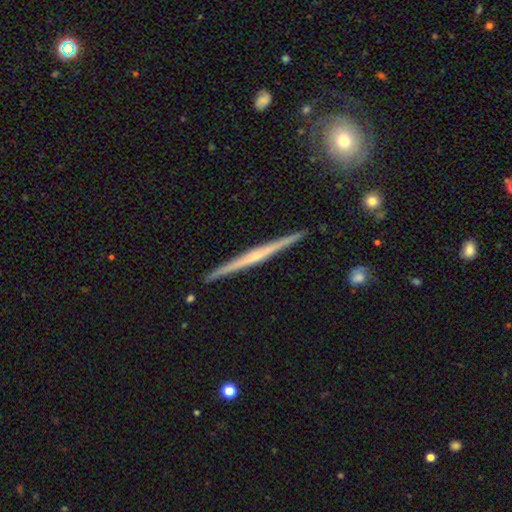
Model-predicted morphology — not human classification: type=featured or disk (75%); edge-on=yes (98%); edge-on bulge=none (50%); merging=none (92%).